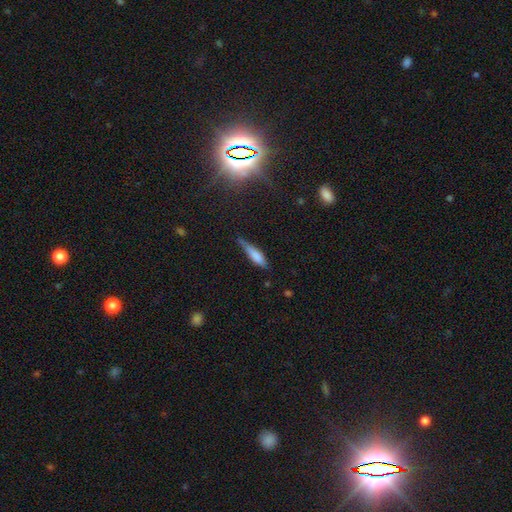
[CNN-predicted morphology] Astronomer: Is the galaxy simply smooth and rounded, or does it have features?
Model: smooth — 73%.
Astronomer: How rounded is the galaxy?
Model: cigar-shaped — 71%.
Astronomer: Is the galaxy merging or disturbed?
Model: none — 50% (runner-up: minor disturbance, 37%).